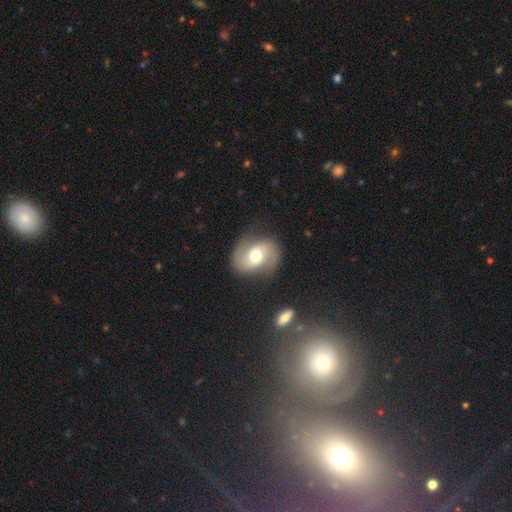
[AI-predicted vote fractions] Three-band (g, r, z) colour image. It shows a featured or disk galaxy (73%) with no bar (49%), 2 (91%) medium (47%) spiral arms (90%) and a moderate central bulge (73%). Merging: none (79%).